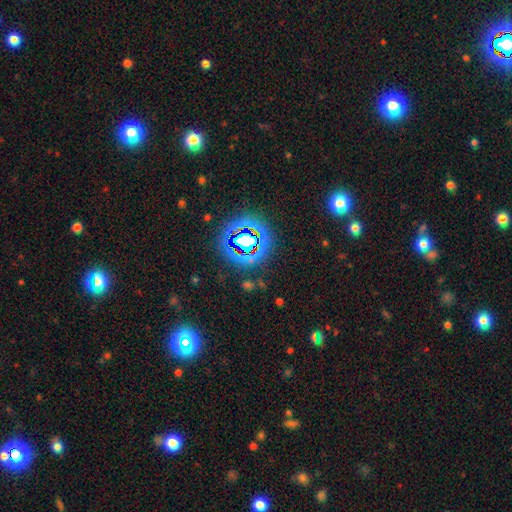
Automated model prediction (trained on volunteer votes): Smooth or featured: star or artifact — 79% (smooth — 12%)